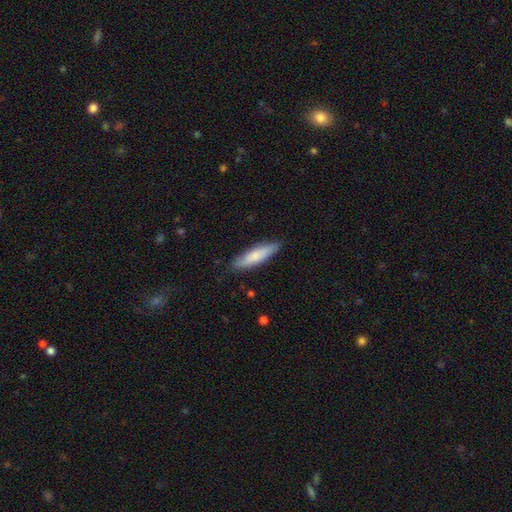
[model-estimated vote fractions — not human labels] This is likely a smooth galaxy (76%). How rounded: likely cigar-shaped (71%). Merging: clearly none (85%).